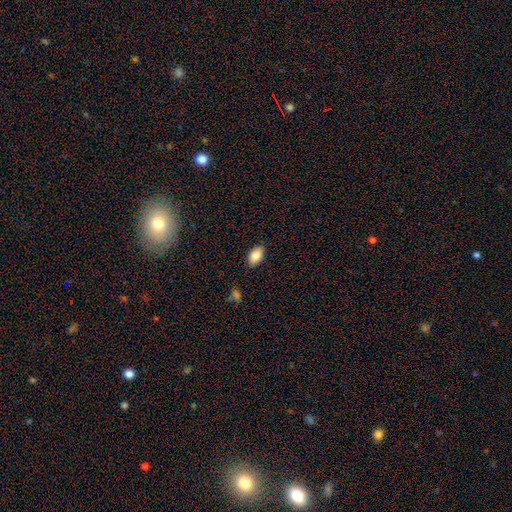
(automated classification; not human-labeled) A smooth galaxy with no disk features (86%) that is in between round and cigar-shaped (93%). Merging: none (86%).